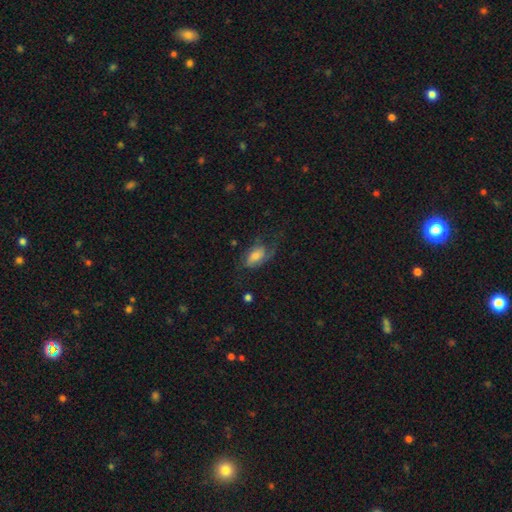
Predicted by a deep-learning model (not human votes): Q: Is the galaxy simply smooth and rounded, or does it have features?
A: featured or disk — 47%.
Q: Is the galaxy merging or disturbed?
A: none — 47%.